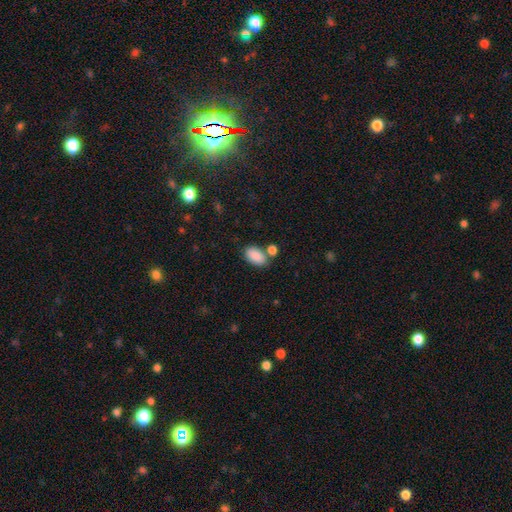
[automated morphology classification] type=smooth (88%); roundness=in between (94%); merging=none (65%).